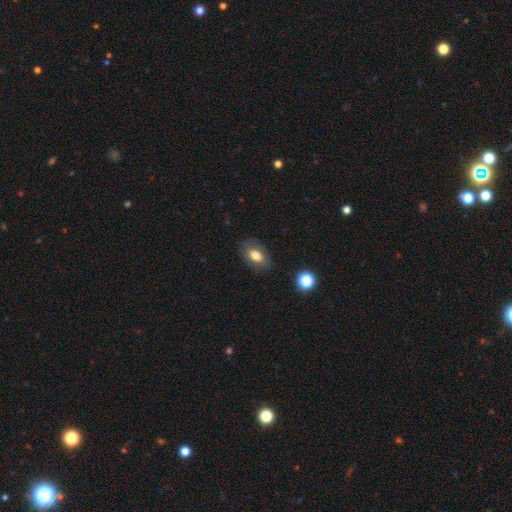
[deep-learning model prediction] A smooth galaxy with no disk features (77%) that is in between round and cigar-shaped (88%). Merging: none (82%).